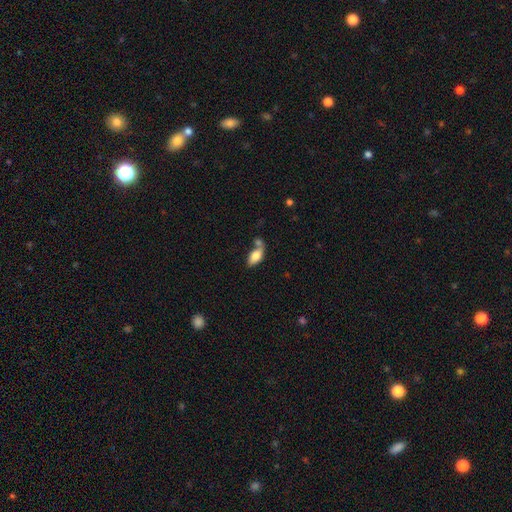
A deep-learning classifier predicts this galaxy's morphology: Smooth or featured? smooth (75%)
How rounded? in between (87%)
Merging? none (42%)